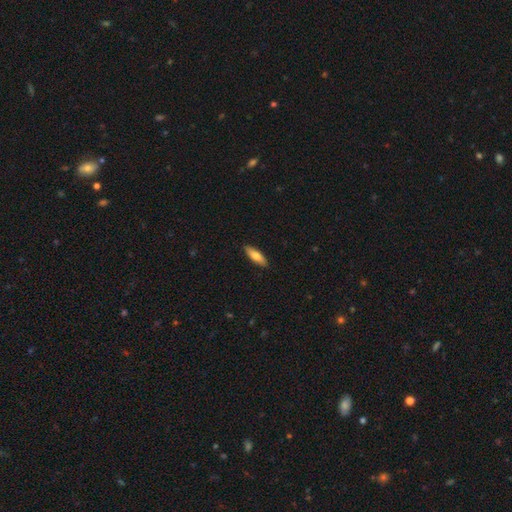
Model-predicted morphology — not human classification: Smooth or featured: smooth — 74% (featured or disk — 21%)
How rounded: cigar-shaped — 54% (in between — 44%)
Merging: none — 89% (minor disturbance — 8%)